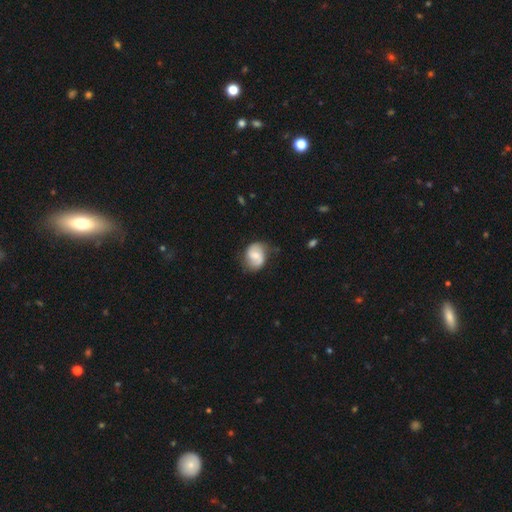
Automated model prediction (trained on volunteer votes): Overall: featured or disk (52%; smooth 41%). Edge-on disk: no (97%). Bar: no (46%; weak 43%). Spiral arms: yes (84%). Bulge size: moderate (51%; small 40%). Merging: none (66%).